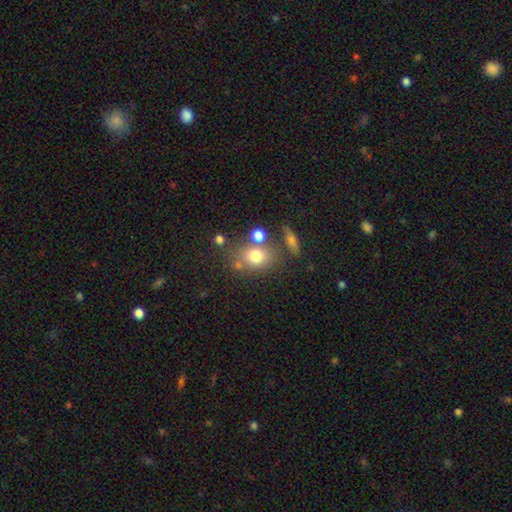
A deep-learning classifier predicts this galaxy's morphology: Q: Smooth or featured?
A: smooth (73%); runner-up: featured or disk (14%)
Q: How rounded?
A: round (54%); runner-up: in between (44%)
Q: Merging?
A: none (61%); runner-up: merger (19%)